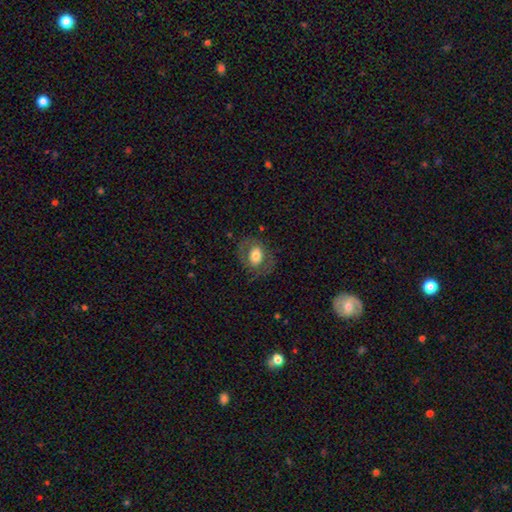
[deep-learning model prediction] Overall: smooth (57%; featured or disk 36%). How rounded: in between (58%; round 41%). Merging: none (67%).